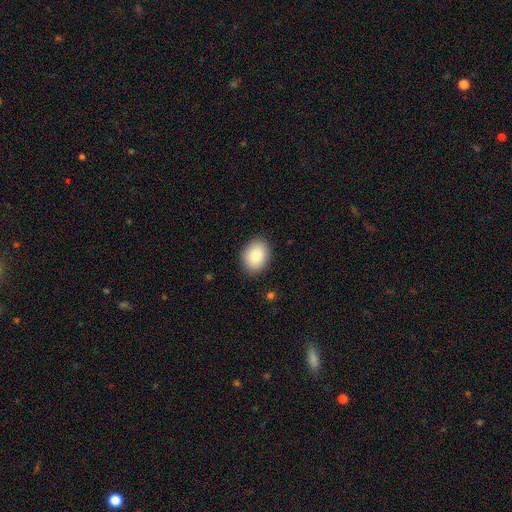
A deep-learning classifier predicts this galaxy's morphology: The model was most divided on "how rounded": in between: 68%, round: 31%, cigar-shaped: 1%. More confident: merging — none (88%); smooth or featured — smooth (87%).